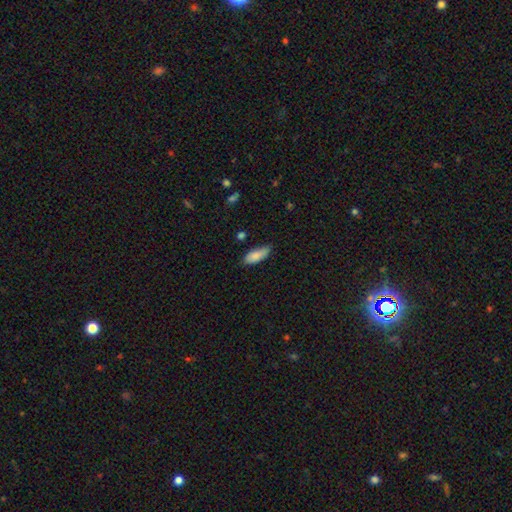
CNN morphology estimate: This is clearly a smooth galaxy (84%). How rounded: likely in between (76%). Merging: likely none (66%).